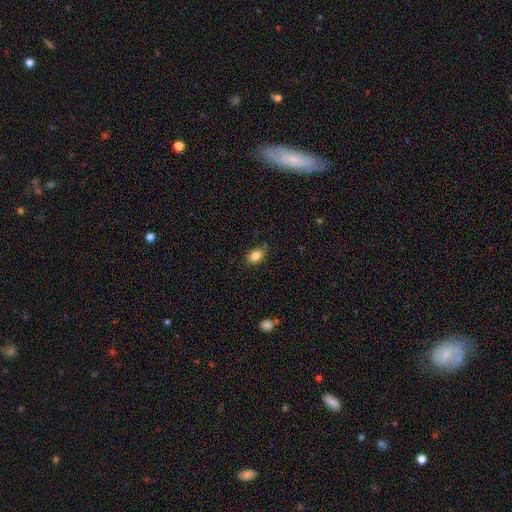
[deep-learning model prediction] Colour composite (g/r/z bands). It shows a smooth galaxy with no disk features (84%) that is in between round and cigar-shaped (73%). Merging: none (76%).